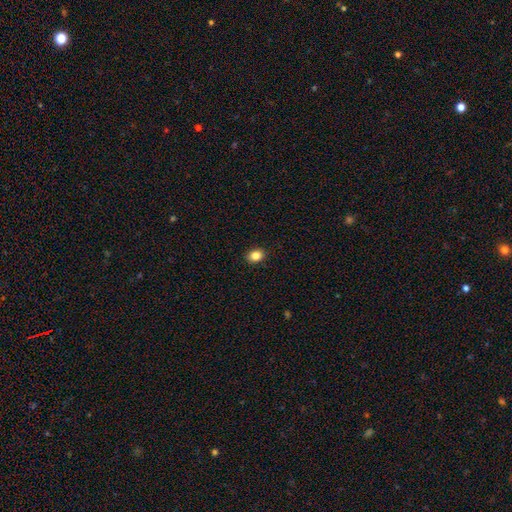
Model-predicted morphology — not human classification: type=smooth (84%); roundness=in between (56%); merging=none (91%).